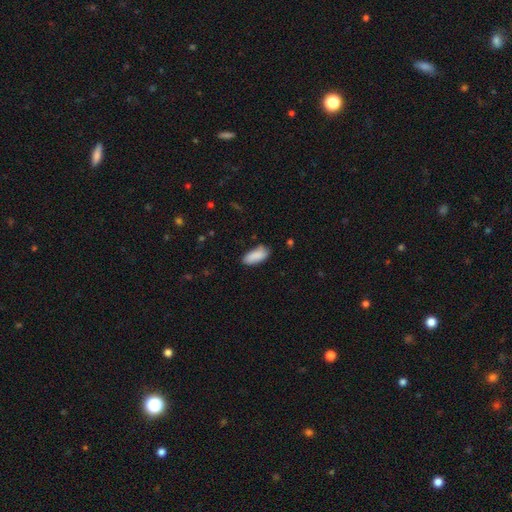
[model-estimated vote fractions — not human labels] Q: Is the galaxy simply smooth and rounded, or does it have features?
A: smooth — 89%.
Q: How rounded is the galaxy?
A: in between — 86%.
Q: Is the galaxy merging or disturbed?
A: none — 76%.